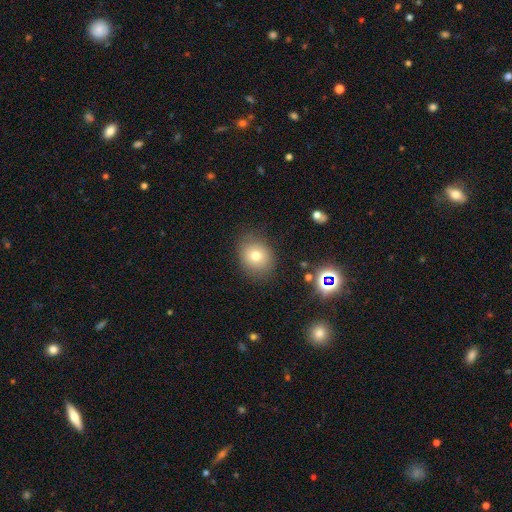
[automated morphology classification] Overall: smooth (73%). How rounded: round (65%; in between 34%). Merging: none (81%).